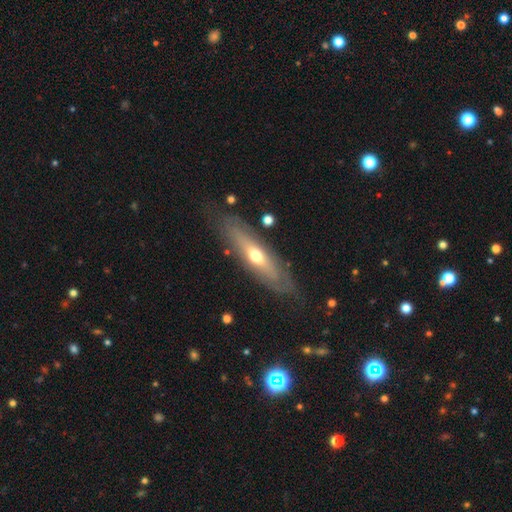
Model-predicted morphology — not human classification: This is possibly a featured or disk galaxy (59%). It is possibly viewed edge-on (54%). Merging: likely none (79%).